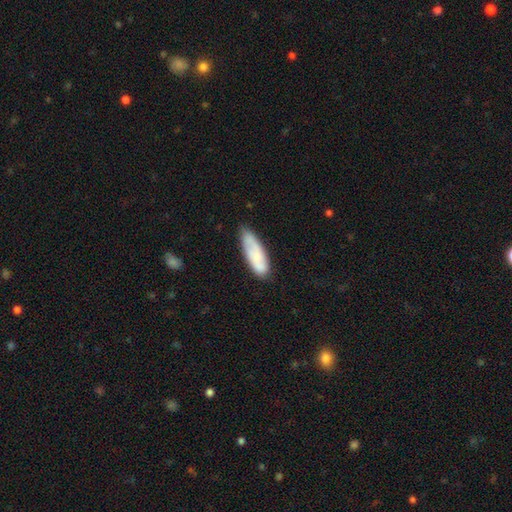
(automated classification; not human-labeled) Overall: smooth (63%; featured or disk 30%). How rounded: in between (51%; cigar-shaped 47%). Merging: none (73%).